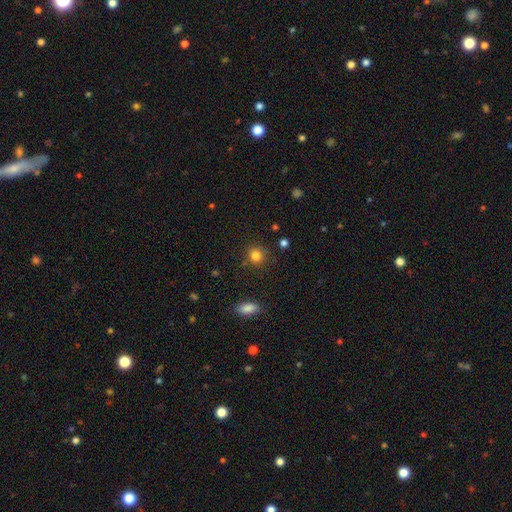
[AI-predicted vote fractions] This is clearly a smooth galaxy (82%). How rounded: clearly round (86%). Merging: clearly none (85%).